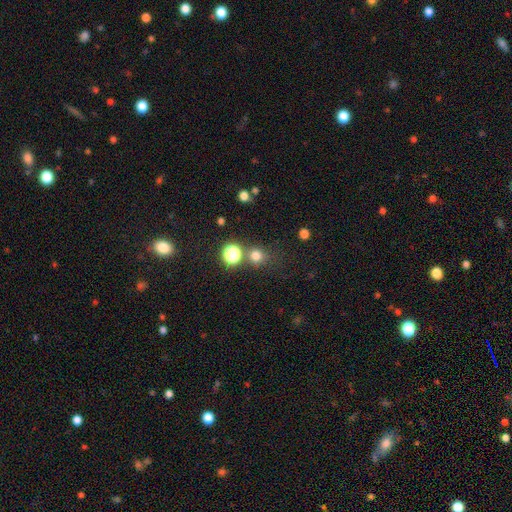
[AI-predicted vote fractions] A smooth galaxy with no disk features (73%) that is round (89%).

Vote fractions:
- Smooth or featured? smooth: 73% / star or artifact: 21% / featured or disk: 6%
- How rounded? round: 89% / in between: 10% / cigar-shaped: 1%
- Merging? none: 73% / merger: 12% / minor disturbance: 10% / major disturbance: 5%